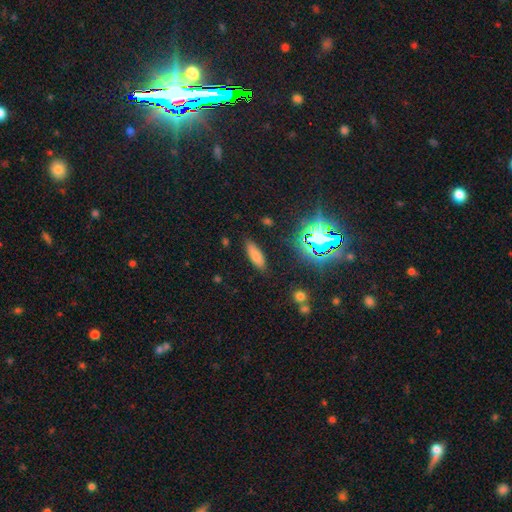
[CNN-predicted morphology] Overall: smooth (76%). How rounded: in between (59%; cigar-shaped 38%). Merging: none (85%).